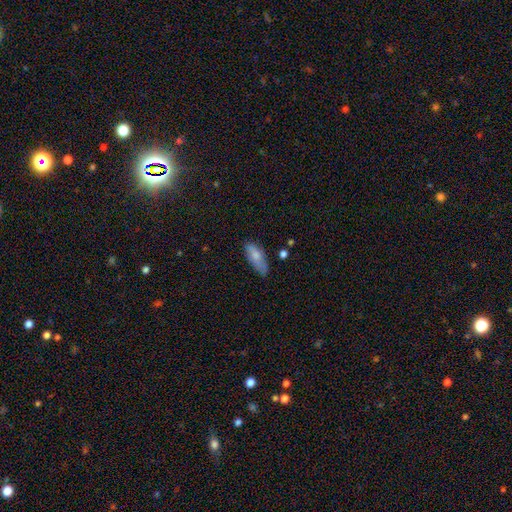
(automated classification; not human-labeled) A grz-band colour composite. It shows a smooth galaxy with no disk features (76%) that is in between round and cigar-shaped (72%). Merging: none (62%).